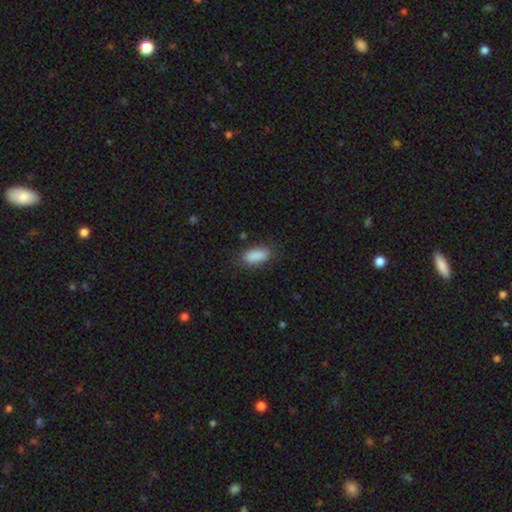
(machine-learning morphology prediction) Overall: smooth (89%). How rounded: in between (85%). Merging: none (83%).